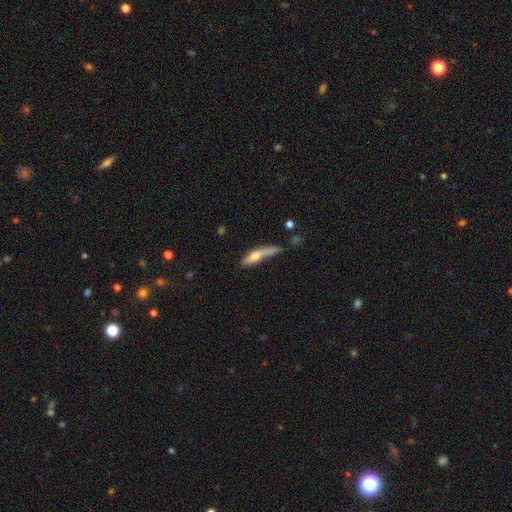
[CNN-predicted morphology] The model was most divided on "merging": none: 43%, minor disturbance: 32%, major disturbance: 17%, merger: 9%. More confident: how rounded — cigar-shaped (84%); smooth or featured — smooth (60%).